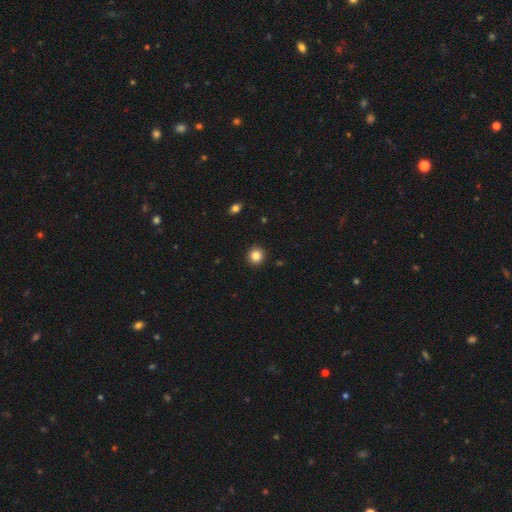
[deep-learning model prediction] This is clearly a smooth galaxy (84%). How rounded: clearly round (94%). Merging: clearly none (93%).